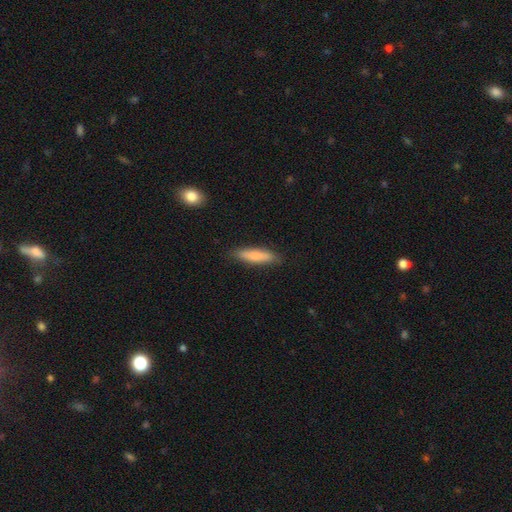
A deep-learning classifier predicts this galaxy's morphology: Smooth or featured? Predicted: smooth (p=0.81). How rounded? Predicted: cigar-shaped (p=0.76). Merging? Predicted: none (p=0.86).